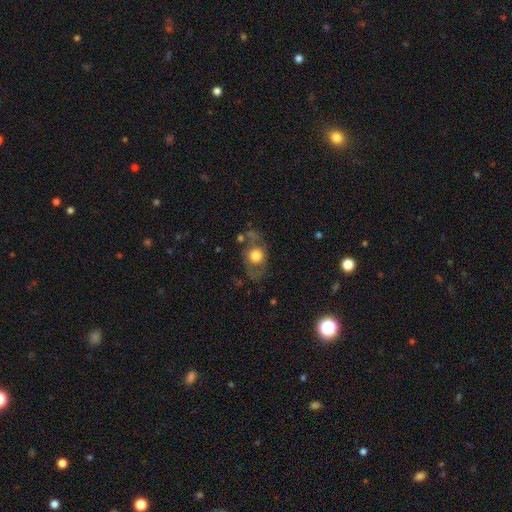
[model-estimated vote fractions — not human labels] The model was most divided on "how rounded": round: 50%, in between: 48%, cigar-shaped: 2%. More confident: merging — none (62%); smooth or featured — smooth (57%).